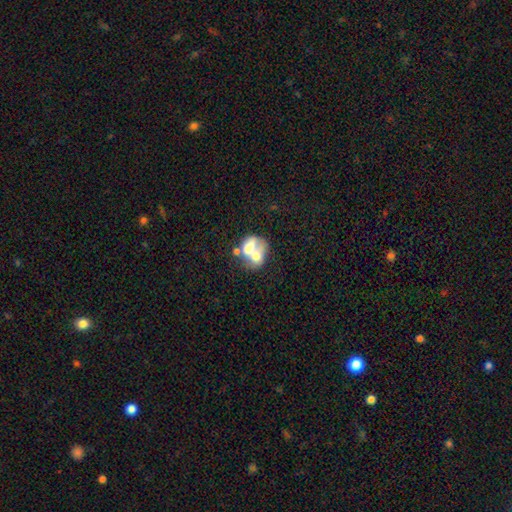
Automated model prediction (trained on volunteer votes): A smooth galaxy with no disk features (56%) that is in between round and cigar-shaped (61%).

Vote fractions:
- Smooth or featured? smooth: 56% / featured or disk: 35% / star or artifact: 10%
- How rounded? in between: 61% / round: 38% / cigar-shaped: 1%
- Merging? merger: 68% / none: 14% / major disturbance: 10% / minor disturbance: 8%